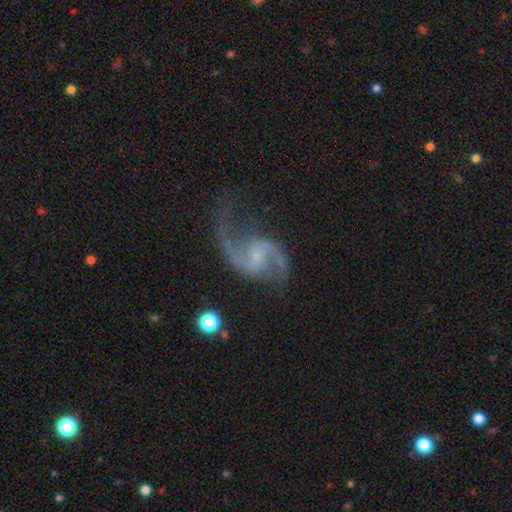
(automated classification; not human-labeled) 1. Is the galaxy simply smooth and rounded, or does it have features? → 91% featured or disk, 5% star or artifact, 4% smooth.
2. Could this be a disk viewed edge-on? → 98% no, 2% yes.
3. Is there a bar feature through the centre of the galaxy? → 48% weak, 39% no, 13% strong.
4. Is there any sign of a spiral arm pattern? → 97% yes, 3% no.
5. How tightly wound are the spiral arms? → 65% loose, 30% medium, 5% tight.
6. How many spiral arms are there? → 93% 2, 2% 1, 2% can't tell, 1% 3, 1% 4, 1% more than 4.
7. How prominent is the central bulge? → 56% small, 21% none, 20% moderate, 2% large, 1% dominant.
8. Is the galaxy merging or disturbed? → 67% none, 17% minor disturbance, 14% major disturbance, 3% merger.